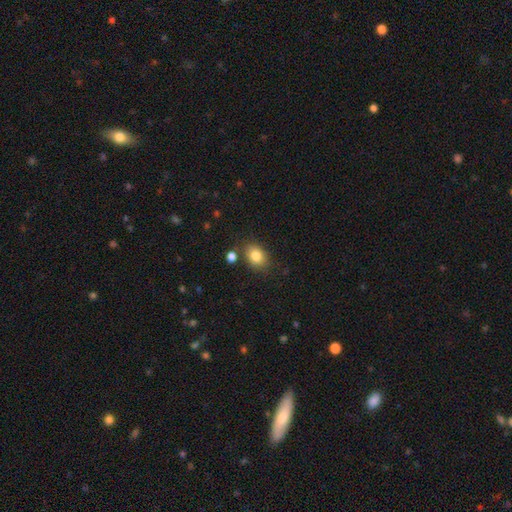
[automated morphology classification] Smooth or featured: smooth — 83% (star or artifact — 9%)
How rounded: in between — 67% (round — 32%)
Merging: none — 79% (minor disturbance — 12%)